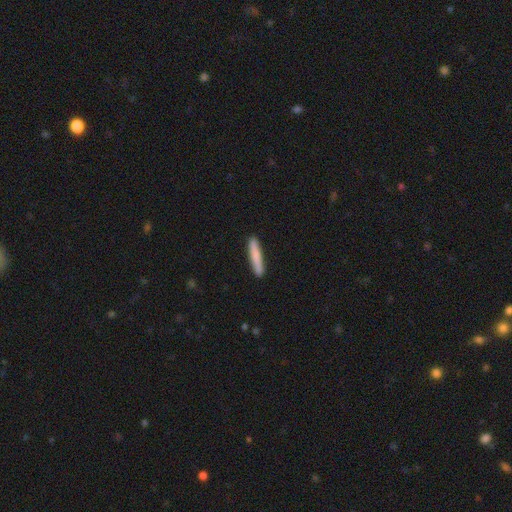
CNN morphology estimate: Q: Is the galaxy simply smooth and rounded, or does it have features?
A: smooth — 81%.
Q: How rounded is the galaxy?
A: cigar-shaped — 94%.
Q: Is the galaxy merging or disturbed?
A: none — 91%.